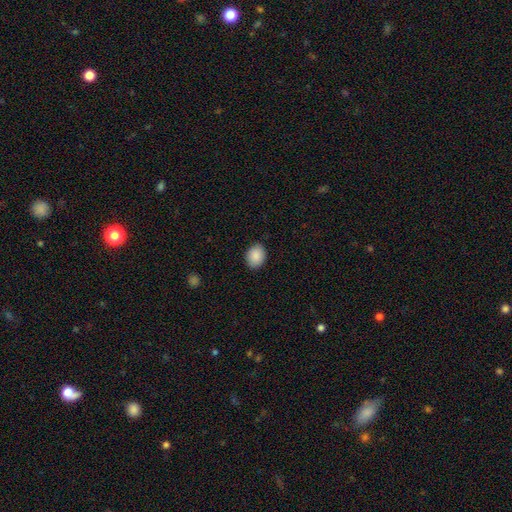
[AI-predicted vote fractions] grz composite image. It shows a smooth galaxy with no disk features (89%) that is in between round and cigar-shaped (59%). Merging: none (88%).